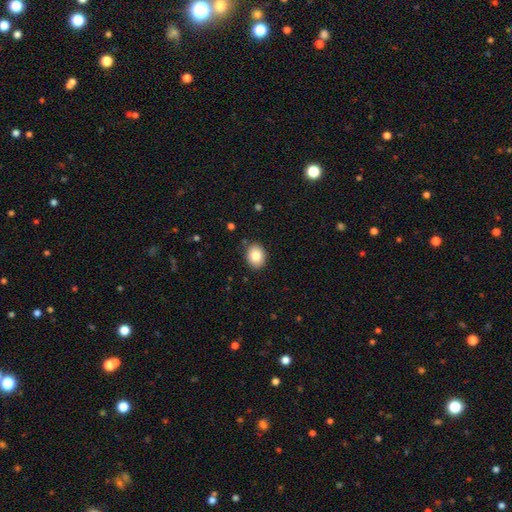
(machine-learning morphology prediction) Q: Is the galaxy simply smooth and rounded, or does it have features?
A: smooth — 84%.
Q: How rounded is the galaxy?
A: in between — 52%.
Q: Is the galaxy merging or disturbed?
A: none — 87%.